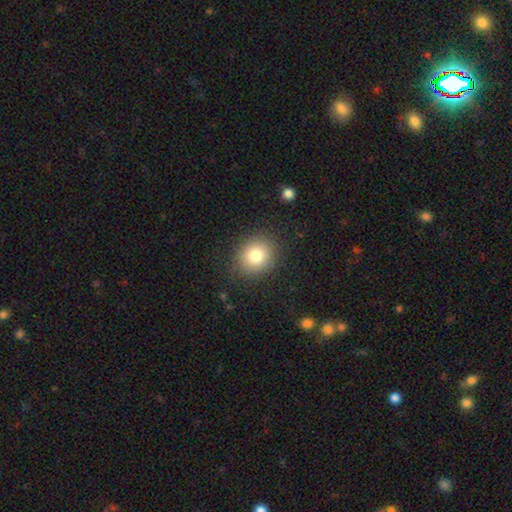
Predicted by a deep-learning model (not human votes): A smooth galaxy with no disk features (80%) that is round (69%). Merging: none (85%).